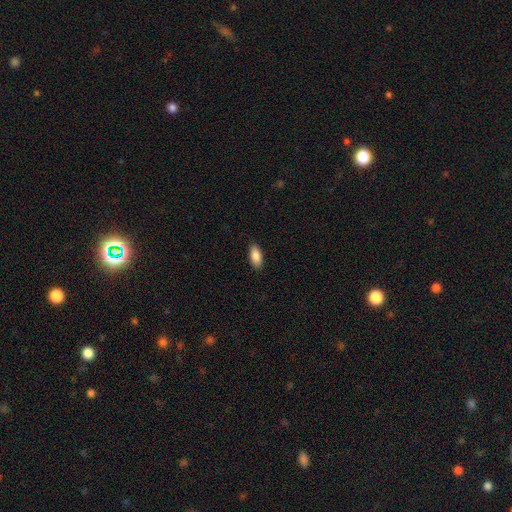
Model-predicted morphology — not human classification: smooth_or_featured: smooth (p=0.87) [alt: featured or disk p=0.07]
how_rounded: in between (p=0.88) [alt: cigar-shaped p=0.10]
merging: none (p=0.87) [alt: minor disturbance p=0.10]